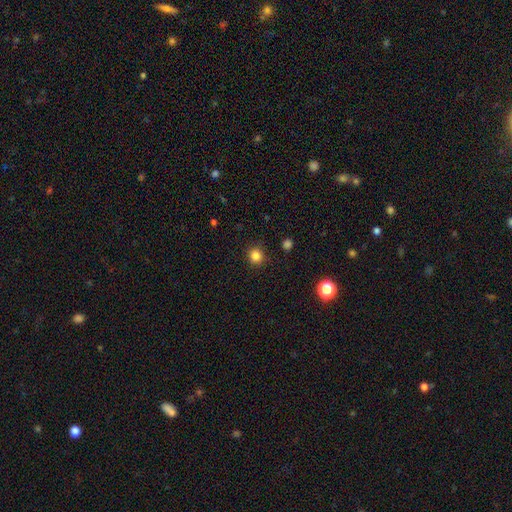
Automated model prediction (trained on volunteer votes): smooth_or_featured: smooth (p=0.83) [alt: star or artifact p=0.13]
how_rounded: round (p=0.92) [alt: in between p=0.08]
merging: none (p=0.89) [alt: minor disturbance p=0.07]